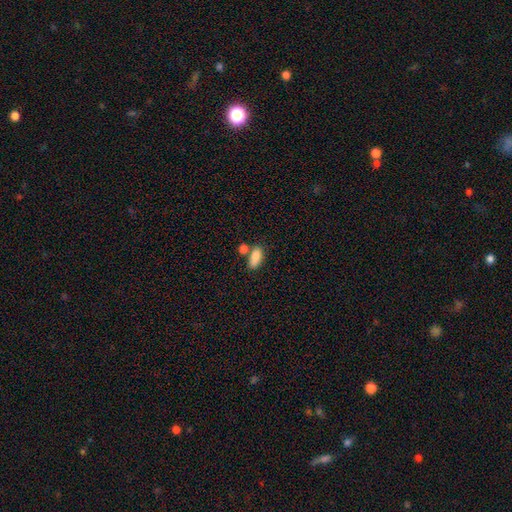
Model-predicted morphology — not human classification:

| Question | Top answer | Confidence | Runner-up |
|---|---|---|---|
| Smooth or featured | smooth | 83% | featured or disk (9%) |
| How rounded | in between | 84% | cigar-shaped (10%) |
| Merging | none | 48% | merger (32%) |